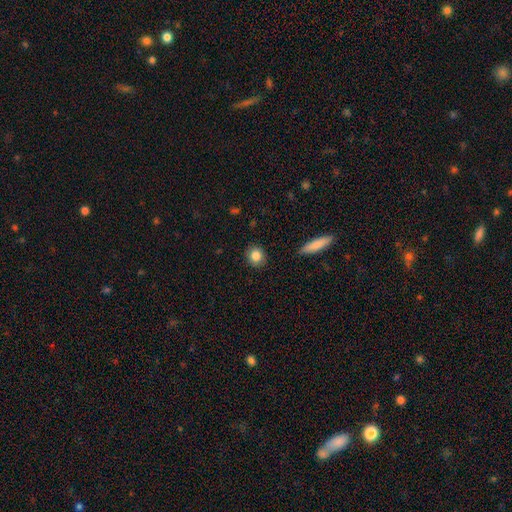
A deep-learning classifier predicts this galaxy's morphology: Q: Smooth or featured?
A: smooth (85%); runner-up: star or artifact (9%)
Q: How rounded?
A: round (76%); runner-up: in between (23%)
Q: Merging?
A: none (89%); runner-up: minor disturbance (8%)